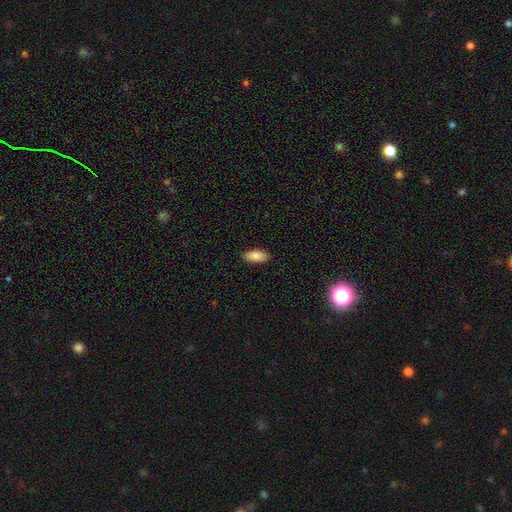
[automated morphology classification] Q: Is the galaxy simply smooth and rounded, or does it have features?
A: smooth — 88%.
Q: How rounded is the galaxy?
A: in between — 86%.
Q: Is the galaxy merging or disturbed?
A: none — 89%.